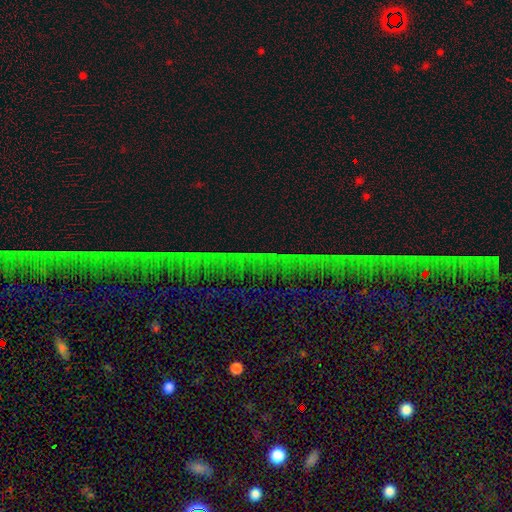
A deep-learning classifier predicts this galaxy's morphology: This is likely a star or artifact rather than a galaxy (77%).